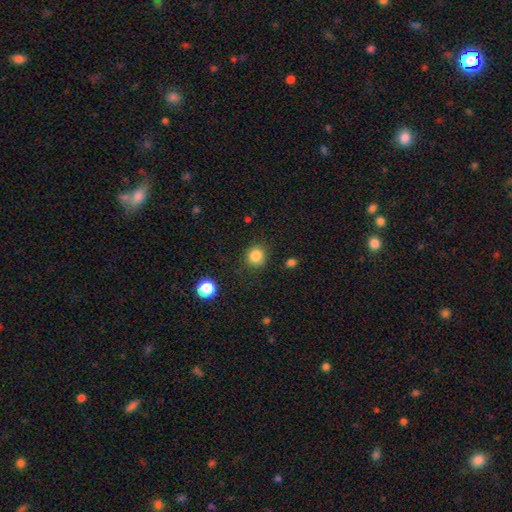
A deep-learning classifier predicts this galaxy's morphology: Smooth or featured? smooth (85%)
How rounded? round (89%)
Merging? none (85%)